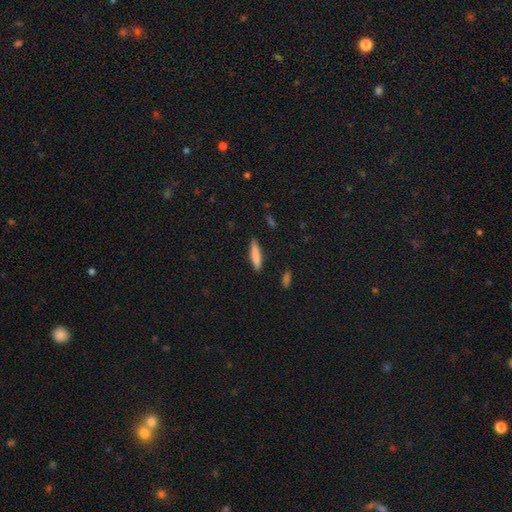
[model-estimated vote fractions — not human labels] This is clearly a smooth galaxy (80%). How rounded: clearly cigar-shaped (85%). Merging: clearly none (89%).